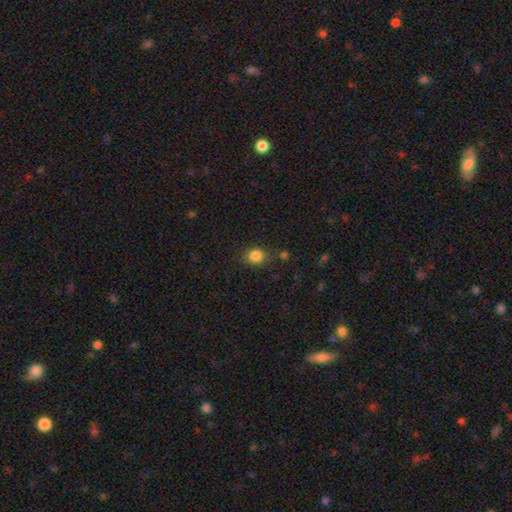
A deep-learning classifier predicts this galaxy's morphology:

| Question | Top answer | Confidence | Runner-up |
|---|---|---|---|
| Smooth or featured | smooth | 83% | star or artifact (12%) |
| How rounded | round | 75% | in between (24%) |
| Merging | none | 79% | minor disturbance (13%) |